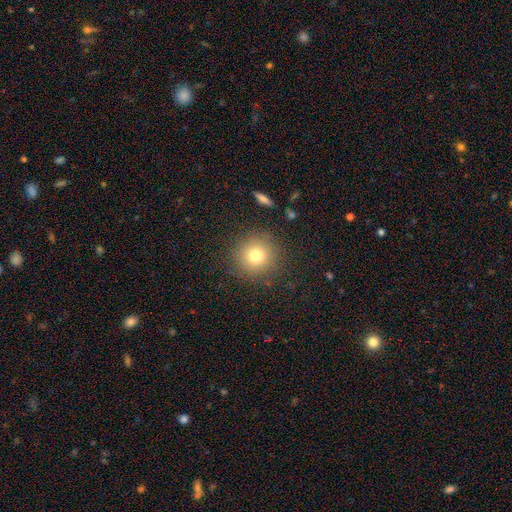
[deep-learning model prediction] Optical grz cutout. It shows a smooth galaxy with no disk features (75%) that is round (94%). Merging: none (88%).